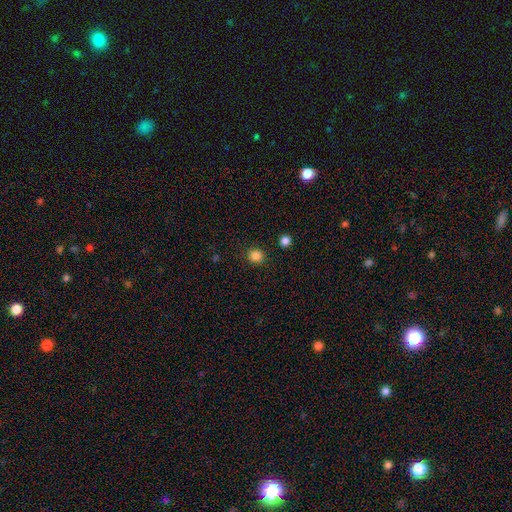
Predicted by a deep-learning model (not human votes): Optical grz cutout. It shows a smooth galaxy with no disk features (84%) that is round (88%). Merging: none (89%).